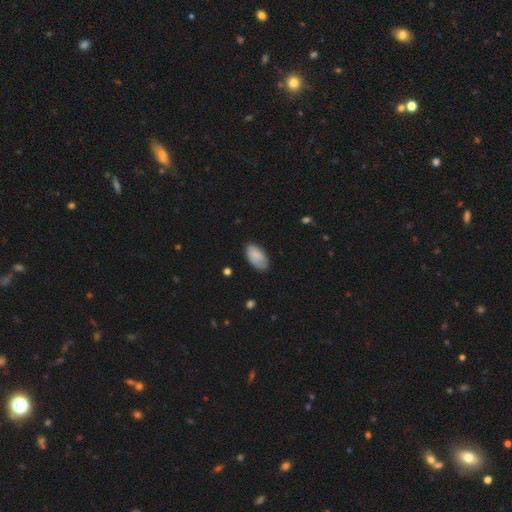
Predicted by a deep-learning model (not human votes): smooth-or-featured: smooth: 85% | featured or disk: 9% | star or artifact: 6%
  how-rounded: in between: 95% | round: 3% | cigar-shaped: 2%
  merging: none: 78% | minor disturbance: 17% | major disturbance: 3% | merger: 1%